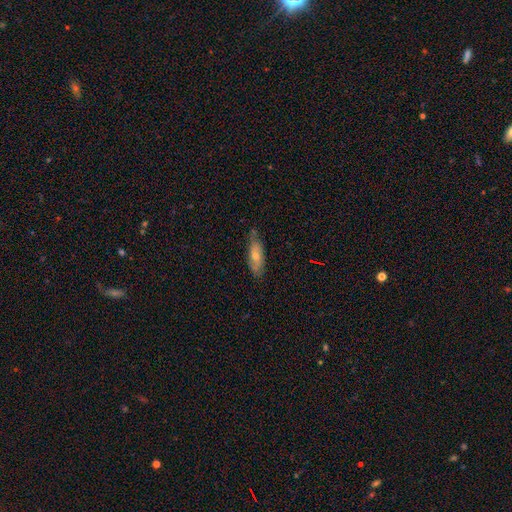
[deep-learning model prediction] Smooth or featured? Predicted: smooth (p=0.56). How rounded? Predicted: in between (p=0.72). Merging? Predicted: none (p=0.65).